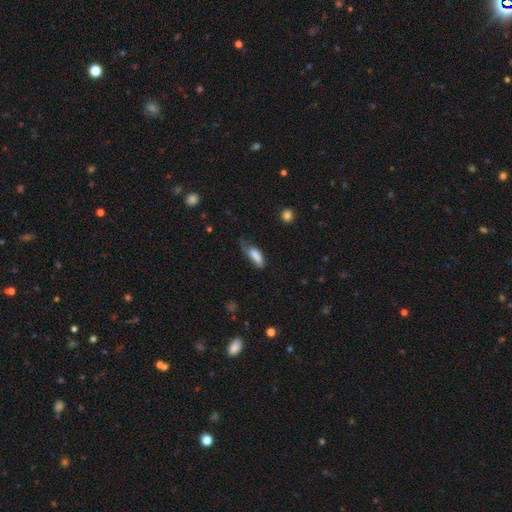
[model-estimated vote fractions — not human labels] Overall: smooth (81%). How rounded: in between (70%). Merging: minor disturbance (39%; none 33%).